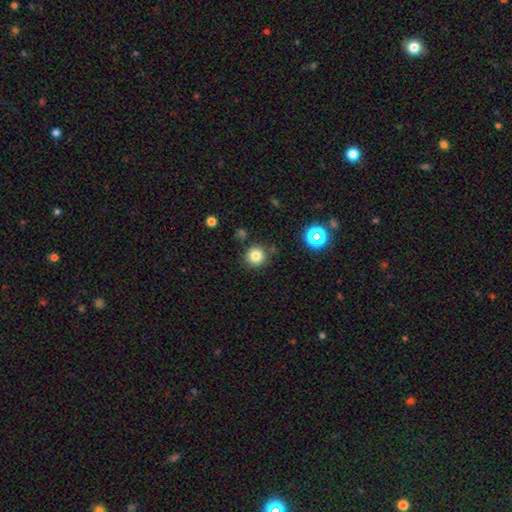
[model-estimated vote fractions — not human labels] This is clearly a smooth galaxy (81%). How rounded: clearly round (92%). Merging: clearly none (84%).